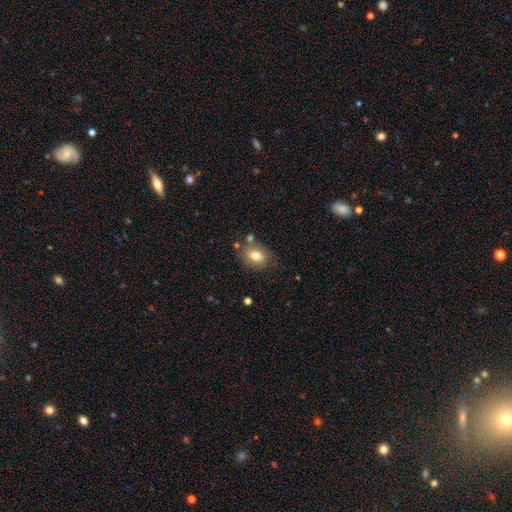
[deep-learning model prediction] smooth-or-featured: smooth: 77% | featured or disk: 13% | star or artifact: 10%
  how-rounded: in between: 67% | round: 32% | cigar-shaped: 1%
  merging: none: 75% | minor disturbance: 14% | merger: 8% | major disturbance: 4%